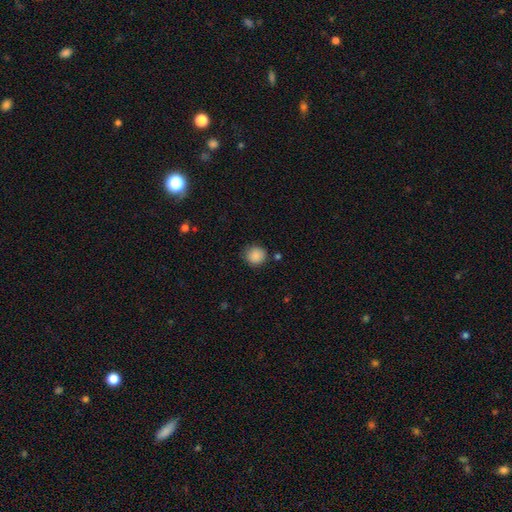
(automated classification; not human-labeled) smooth 88%, star or artifact 9%, featured or disk 3%. Down the decision tree: how rounded — round (88%); merging — none (81%).